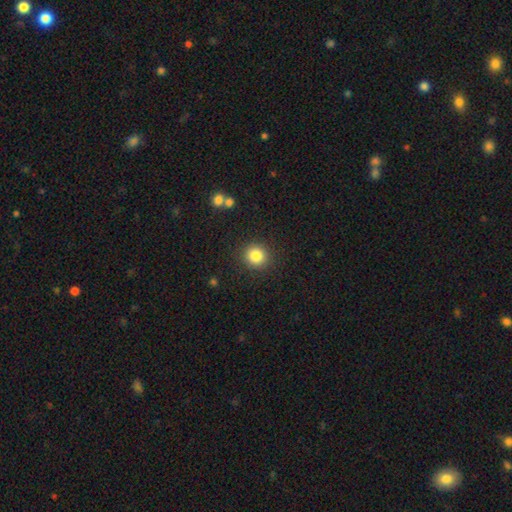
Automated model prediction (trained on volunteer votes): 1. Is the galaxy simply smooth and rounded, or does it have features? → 84% smooth, 11% star or artifact, 6% featured or disk.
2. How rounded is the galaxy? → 91% round, 8% in between, 1% cigar-shaped.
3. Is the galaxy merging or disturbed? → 90% none, 6% minor disturbance, 2% major disturbance, 2% merger.